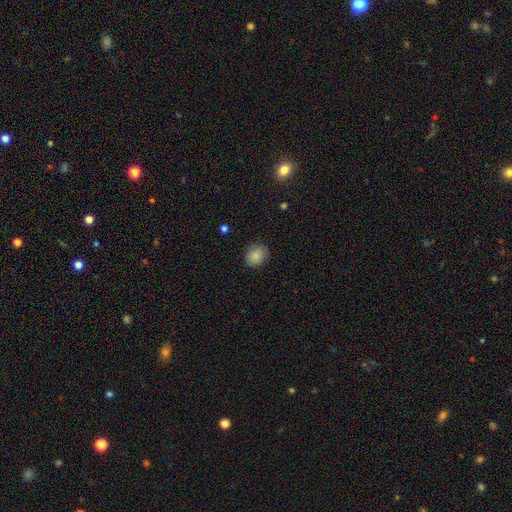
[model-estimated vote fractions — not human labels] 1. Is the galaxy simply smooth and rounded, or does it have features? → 87% smooth, 9% star or artifact, 5% featured or disk.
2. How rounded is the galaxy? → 56% round, 43% in between, 1% cigar-shaped.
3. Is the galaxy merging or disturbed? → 86% none, 10% minor disturbance, 3% major disturbance, 1% merger.